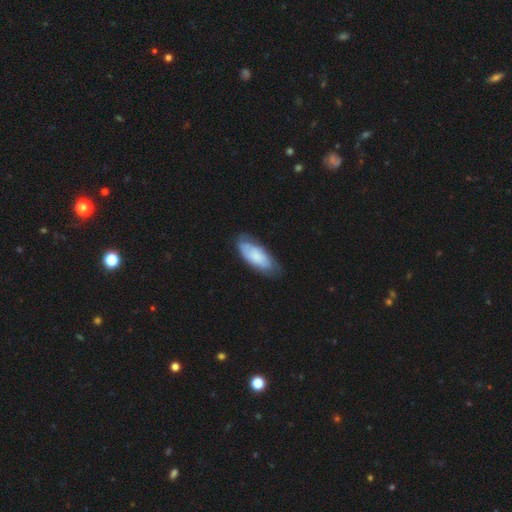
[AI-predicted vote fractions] Smooth or featured? Predicted: smooth (p=0.62). How rounded? Predicted: in between (p=0.81). Merging? Predicted: none (p=0.64).